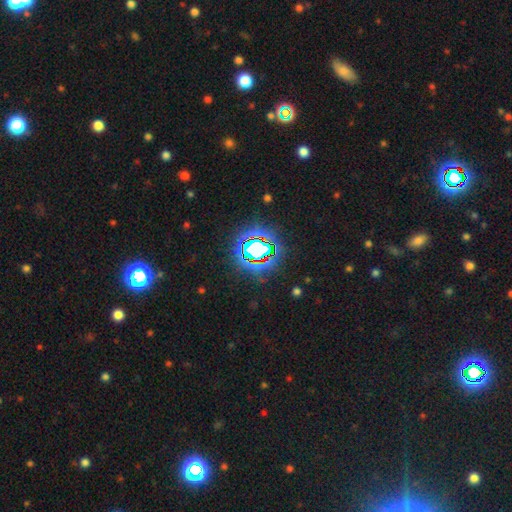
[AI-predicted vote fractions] smooth-or-featured: star or artifact: 78% | smooth: 13% | featured or disk: 9%